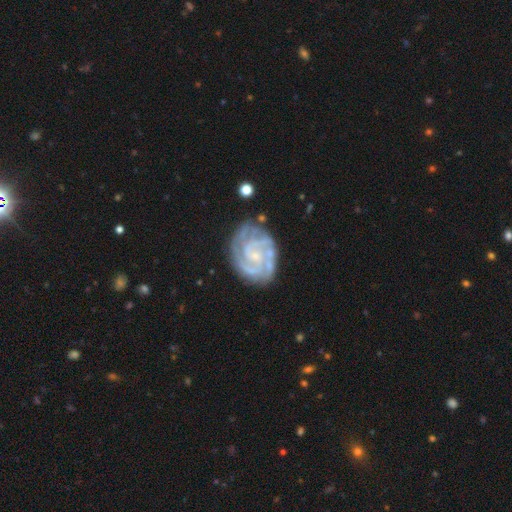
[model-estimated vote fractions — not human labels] This appears to be a featured or disk galaxy (89%) with no bar (60%), 2 (38%) tight (68%) spiral arms (97%) and a small central bulge (69%). Merging: none (70%).